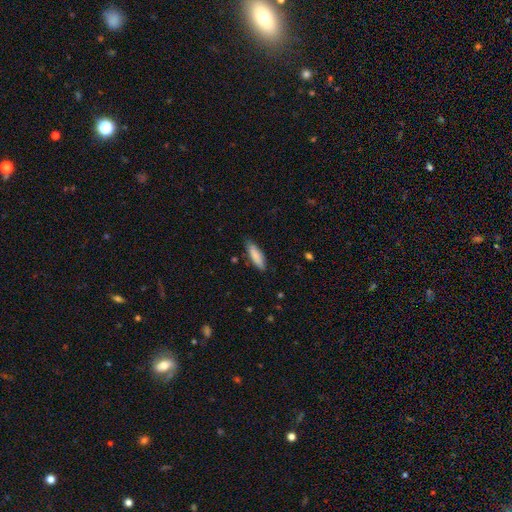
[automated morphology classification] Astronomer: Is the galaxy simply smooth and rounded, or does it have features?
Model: smooth — 84%.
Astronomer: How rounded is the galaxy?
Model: cigar-shaped — 52% (runner-up: in between, 47%).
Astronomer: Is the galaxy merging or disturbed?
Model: none — 80%.